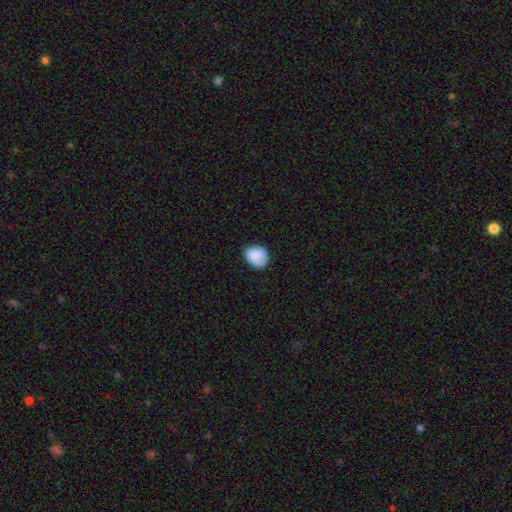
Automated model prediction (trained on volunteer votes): smooth_or_featured: smooth (p=0.87) [alt: star or artifact p=0.07]
how_rounded: round (p=0.54) [alt: in between p=0.45]
merging: none (p=0.74) [alt: minor disturbance p=0.21]